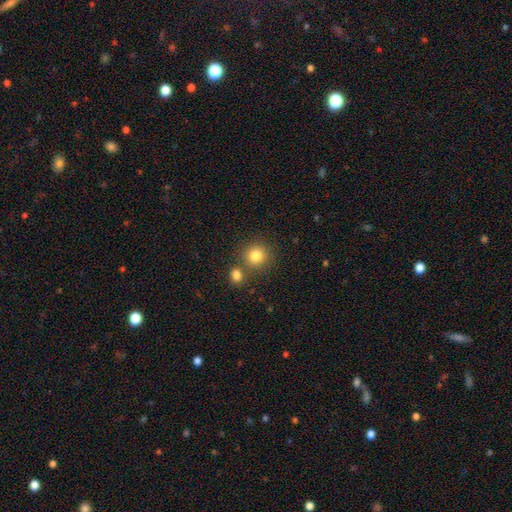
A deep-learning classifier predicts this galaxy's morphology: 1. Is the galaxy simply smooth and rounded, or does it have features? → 82% smooth, 11% star or artifact, 7% featured or disk.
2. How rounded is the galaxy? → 90% round, 9% in between, 1% cigar-shaped.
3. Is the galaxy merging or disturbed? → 73% none, 16% merger, 8% minor disturbance, 3% major disturbance.